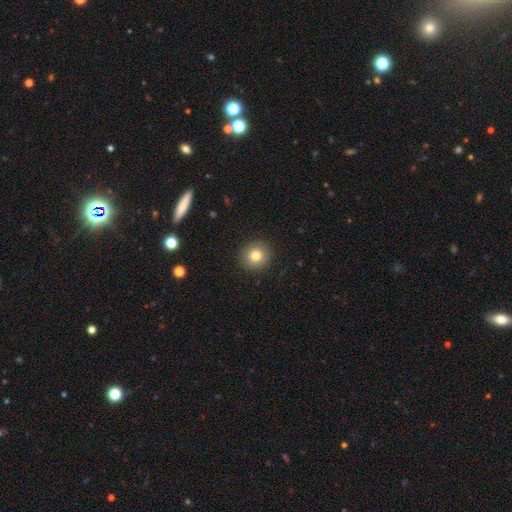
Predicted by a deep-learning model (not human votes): smooth_or_featured: smooth (p=0.81) [alt: star or artifact p=0.11]
how_rounded: round (p=0.94) [alt: in between p=0.05]
merging: none (p=0.91) [alt: minor disturbance p=0.06]